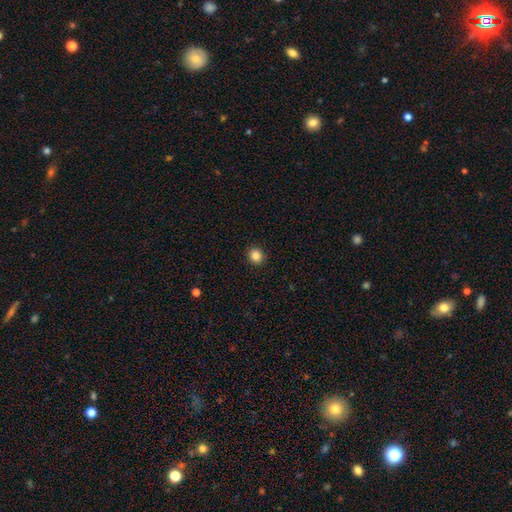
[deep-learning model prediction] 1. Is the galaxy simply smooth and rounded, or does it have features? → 86% smooth, 10% star or artifact, 4% featured or disk.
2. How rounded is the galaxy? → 82% round, 17% in between, 1% cigar-shaped.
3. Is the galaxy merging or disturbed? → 92% none, 5% minor disturbance, 2% major disturbance, 1% merger.